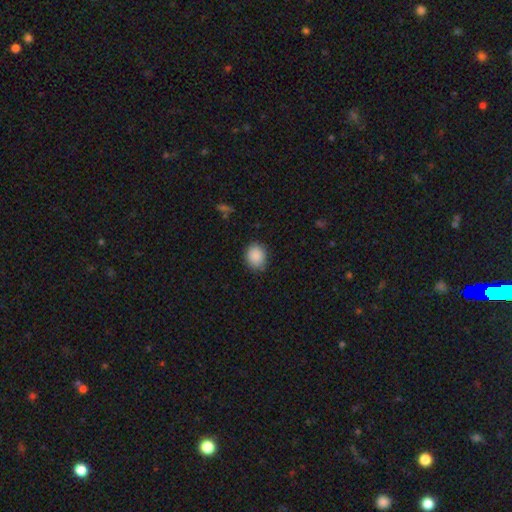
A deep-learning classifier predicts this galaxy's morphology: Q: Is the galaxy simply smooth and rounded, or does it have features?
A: smooth — 88%.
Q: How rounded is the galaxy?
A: round — 59%.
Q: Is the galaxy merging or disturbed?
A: none — 83%.